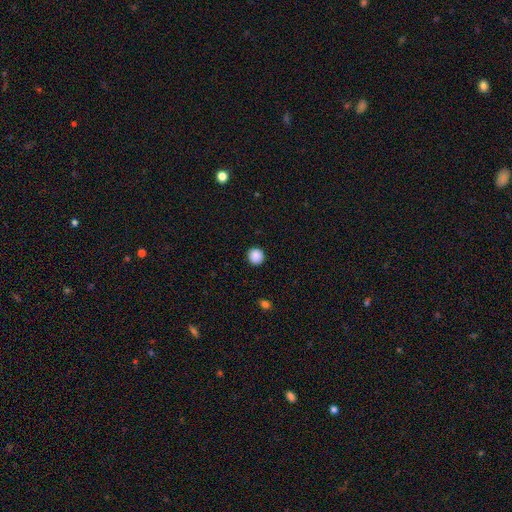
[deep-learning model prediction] Morphology: type=smooth (89%); roundness=round (93%); merging=none (92%).